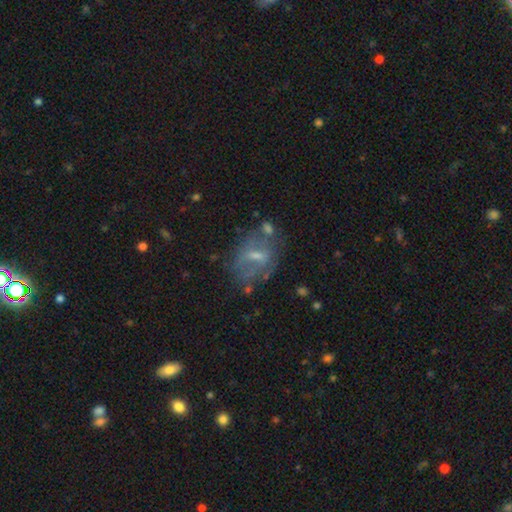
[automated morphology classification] type=featured or disk (55%); edge-on=no (94%); bar=weak (46%); spiral arms=no (64%); bulge=small (47%); merging=none (47%).